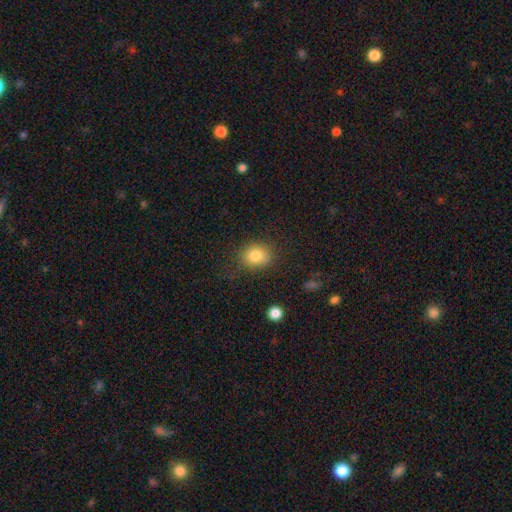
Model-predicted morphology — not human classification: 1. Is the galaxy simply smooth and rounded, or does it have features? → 82% smooth, 10% star or artifact, 8% featured or disk.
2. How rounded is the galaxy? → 59% round, 40% in between, 1% cigar-shaped.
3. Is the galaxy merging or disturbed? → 76% none, 16% minor disturbance, 6% major disturbance, 2% merger.